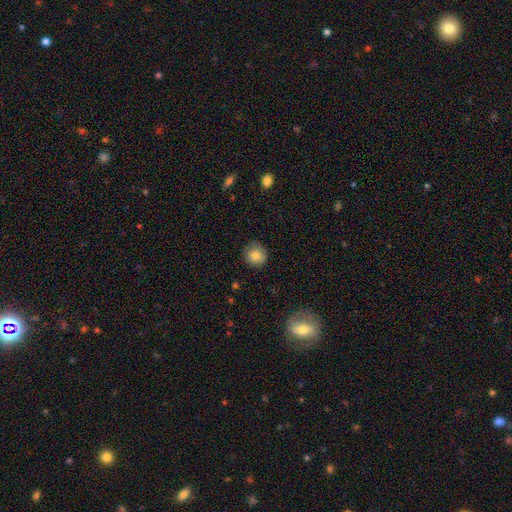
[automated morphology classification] Smooth or featured?
  - smooth: 83% *
  - star or artifact: 9%
  - featured or disk: 8%
How rounded?
  - round: 90% *
  - in between: 9%
  - cigar-shaped: 1%
Merging?
  - none: 82% *
  - minor disturbance: 14%
  - major disturbance: 3%
  - merger: 1%